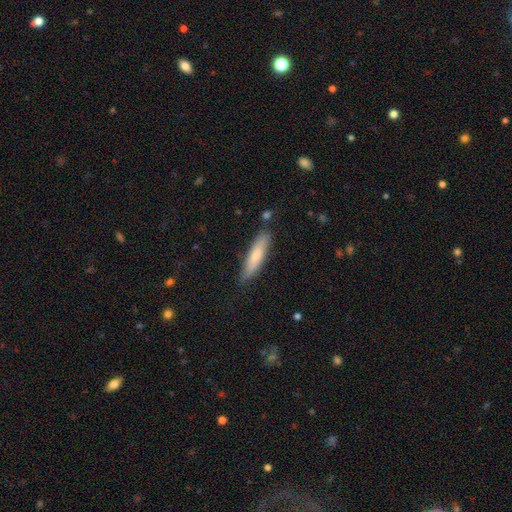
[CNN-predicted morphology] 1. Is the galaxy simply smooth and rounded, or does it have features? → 69% smooth, 25% featured or disk, 6% star or artifact.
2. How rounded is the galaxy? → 79% cigar-shaped, 19% in between, 2% round.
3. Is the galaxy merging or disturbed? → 82% none, 14% minor disturbance, 2% major disturbance, 2% merger.